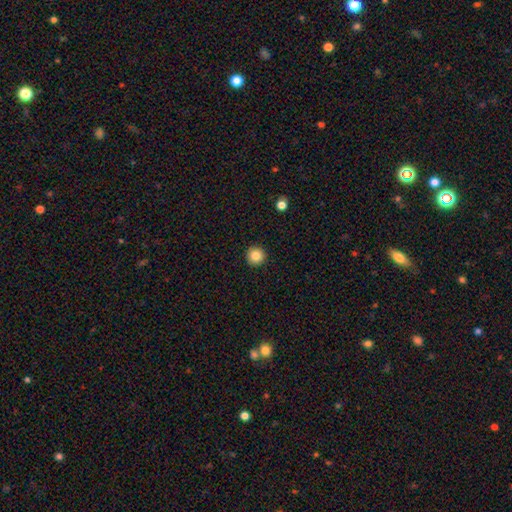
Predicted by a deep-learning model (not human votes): smooth-or-featured: smooth: 85% | star or artifact: 10% | featured or disk: 5%
  how-rounded: round: 96% | in between: 3% | cigar-shaped: 1%
  merging: none: 94% | minor disturbance: 4% | major disturbance: 1% | merger: 1%